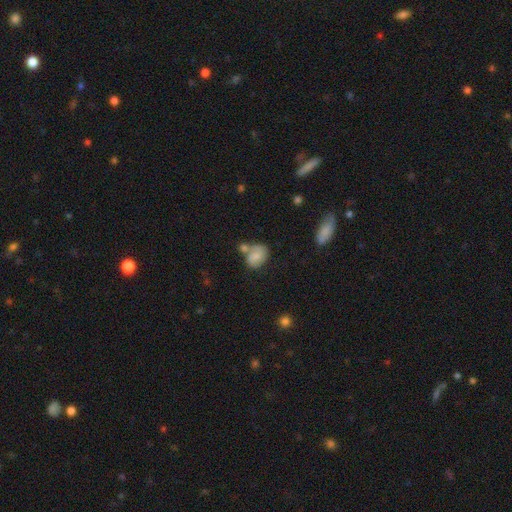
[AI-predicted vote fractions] Morphology: type=smooth (64%); roundness=in between (62%); merging=none (35%).